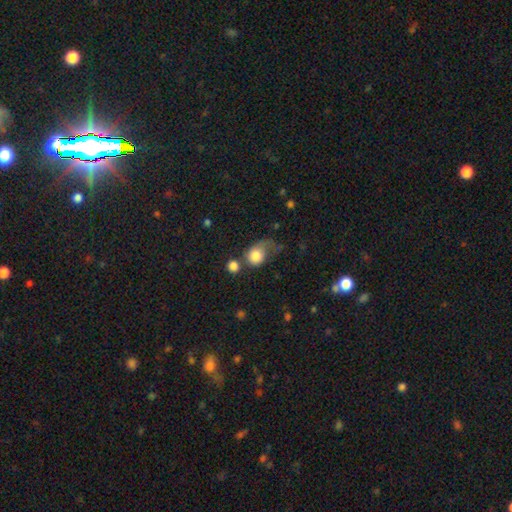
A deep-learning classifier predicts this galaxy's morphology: This is likely a smooth galaxy (78%). How rounded: likely round (63%). Merging: marginally major disturbance (31%).